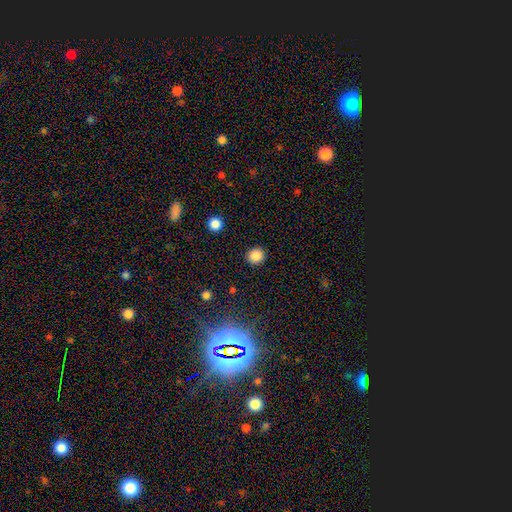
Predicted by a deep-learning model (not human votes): A smooth galaxy with no disk features (85%) that is round (86%).

Vote fractions:
- Smooth or featured? smooth: 85% / star or artifact: 11% / featured or disk: 4%
- How rounded? round: 86% / in between: 13% / cigar-shaped: 1%
- Merging? none: 91% / minor disturbance: 6% / major disturbance: 2% / merger: 1%